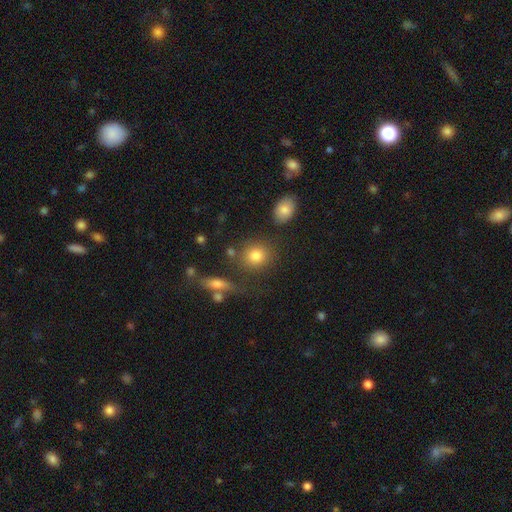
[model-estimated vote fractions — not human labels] The model was most divided on "how rounded": round: 76%, in between: 23%, cigar-shaped: 2%. More confident: smooth or featured — smooth (79%); merging — none (75%).